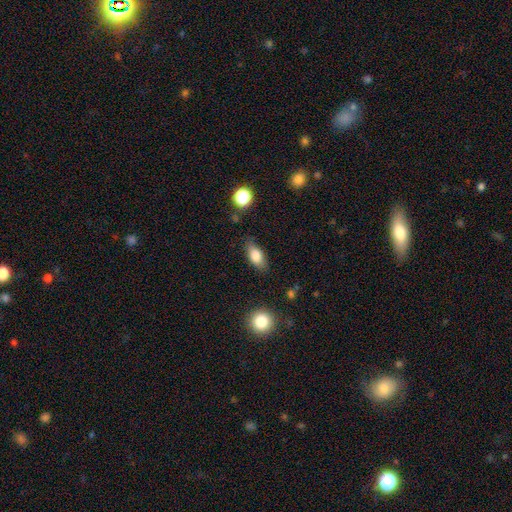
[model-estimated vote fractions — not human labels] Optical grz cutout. It shows a smooth galaxy with no disk features (80%) that is in between round and cigar-shaped (84%). Merging: none (79%).